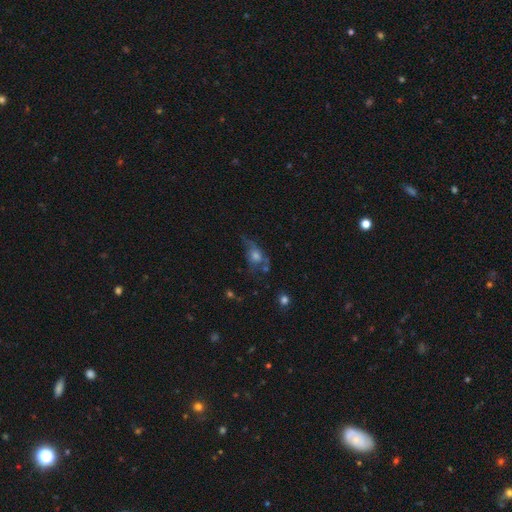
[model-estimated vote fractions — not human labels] smooth 41%, featured or disk 39%, star or artifact 20%. Down the decision tree: merging — none (41%).